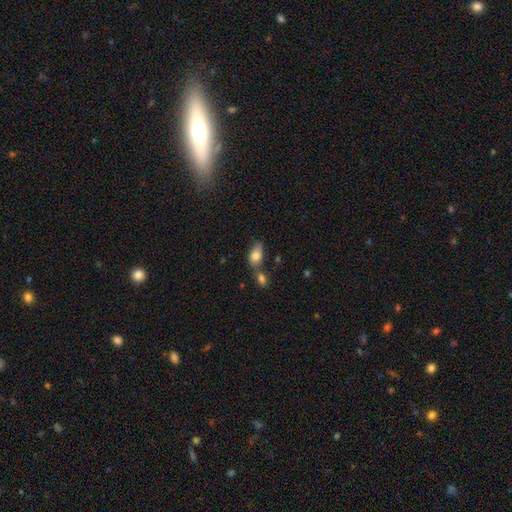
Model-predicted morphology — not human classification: A smooth galaxy with no disk features (78%) that is in between round and cigar-shaped (86%).

Vote fractions:
- Smooth or featured? smooth: 78% / featured or disk: 14% / star or artifact: 8%
- How rounded? in between: 86% / round: 10% / cigar-shaped: 4%
- Merging? none: 37% / merger: 35% / minor disturbance: 19% / major disturbance: 8%